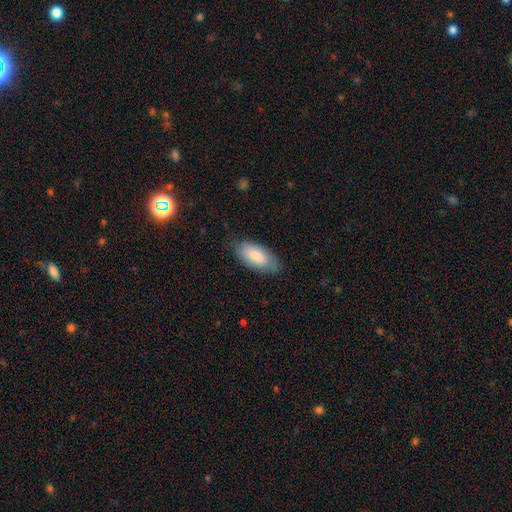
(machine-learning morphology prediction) Smooth or featured?
  - smooth: 80% *
  - featured or disk: 14%
  - star or artifact: 6%
How rounded?
  - in between: 92% *
  - cigar-shaped: 6%
  - round: 2%
Merging?
  - none: 78% *
  - minor disturbance: 17%
  - major disturbance: 4%
  - merger: 1%